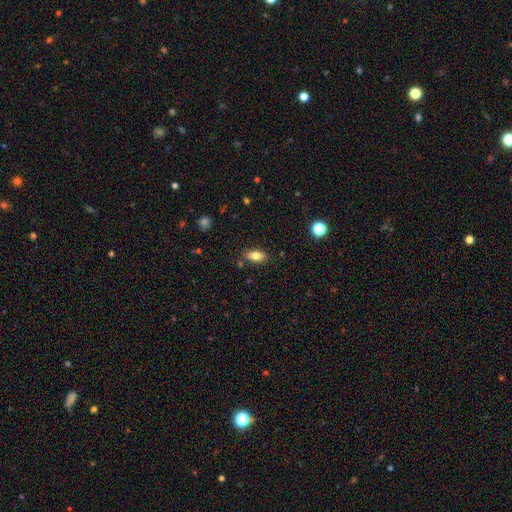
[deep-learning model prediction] smooth_or_featured: smooth (p=0.78) [alt: featured or disk p=0.14]
how_rounded: in between (p=0.85) [alt: cigar-shaped p=0.11]
merging: none (p=0.83) [alt: minor disturbance p=0.12]